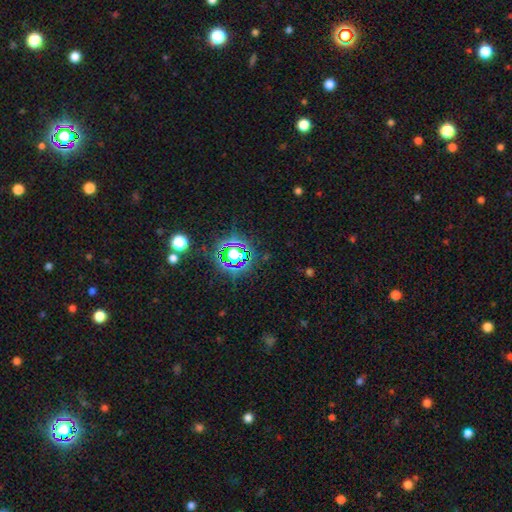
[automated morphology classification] This is likely a star or artifact rather than a galaxy (80%).